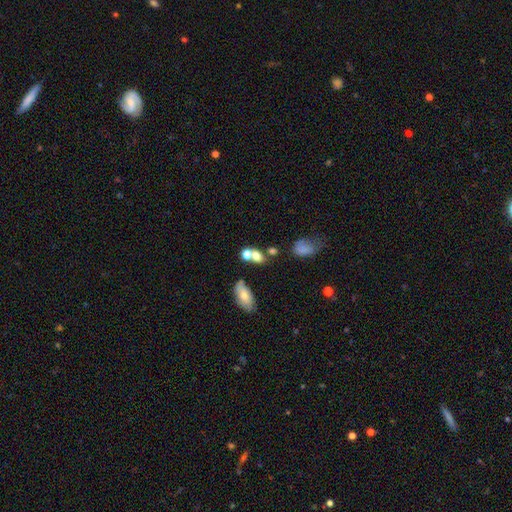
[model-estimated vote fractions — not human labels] Overall: smooth (72%). How rounded: in between (60%; round 36%). Merging: none (42%; merger 41%).